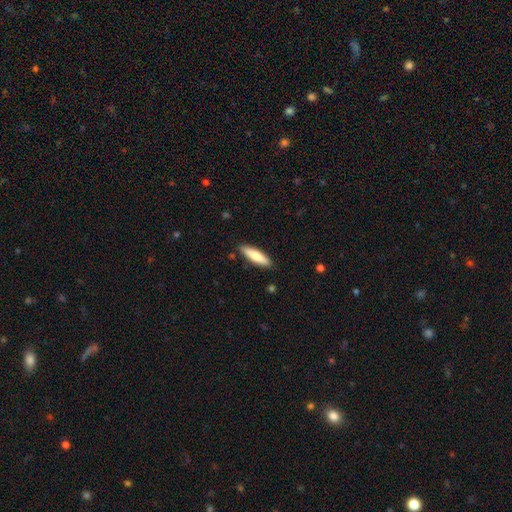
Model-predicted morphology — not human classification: Overall: smooth (71%). How rounded: cigar-shaped (69%; in between 30%). Merging: none (88%).